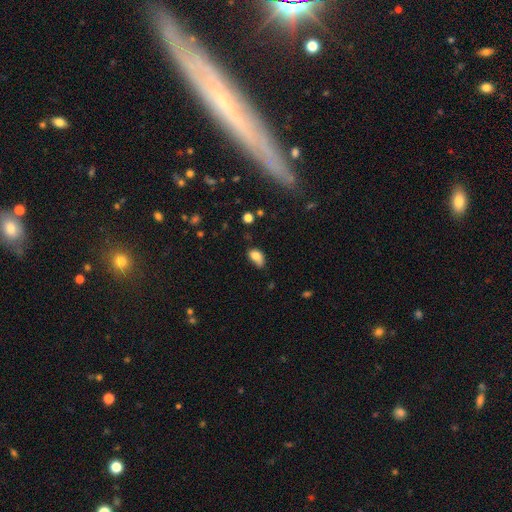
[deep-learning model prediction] A smooth galaxy with no disk features (79%) that is in between round and cigar-shaped (83%).

Vote fractions:
- Smooth or featured? smooth: 79% / featured or disk: 12% / star or artifact: 10%
- How rounded? in between: 83% / round: 15% / cigar-shaped: 2%
- Merging? minor disturbance: 39% (tied) / none: 39% (tied) / major disturbance: 14% / merger: 7%